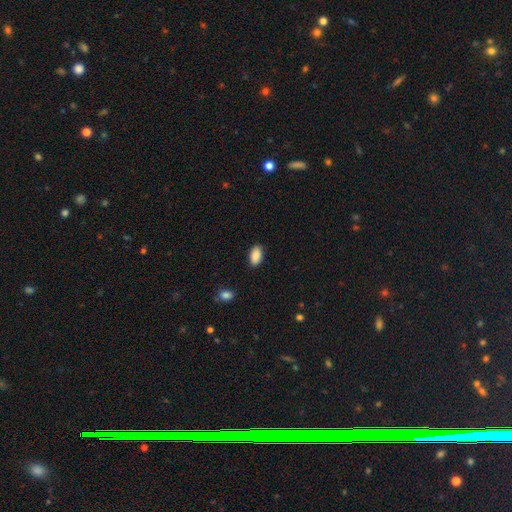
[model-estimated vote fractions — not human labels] Smooth or featured? Predicted: smooth (p=0.90). How rounded? Predicted: in between (p=0.94). Merging? Predicted: none (p=0.87).